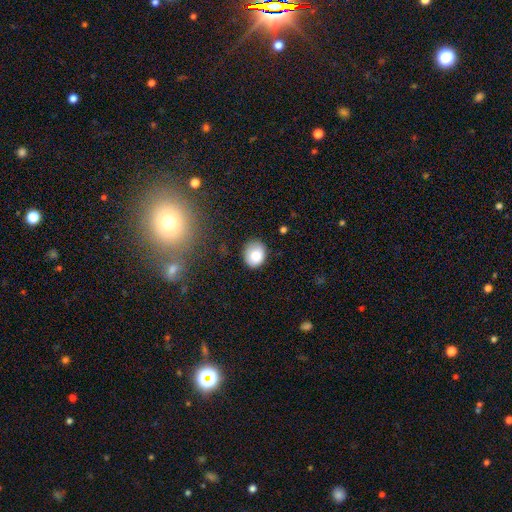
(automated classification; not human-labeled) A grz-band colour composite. It shows a smooth galaxy with no disk features (82%) that is round (62%). Merging: none (79%).